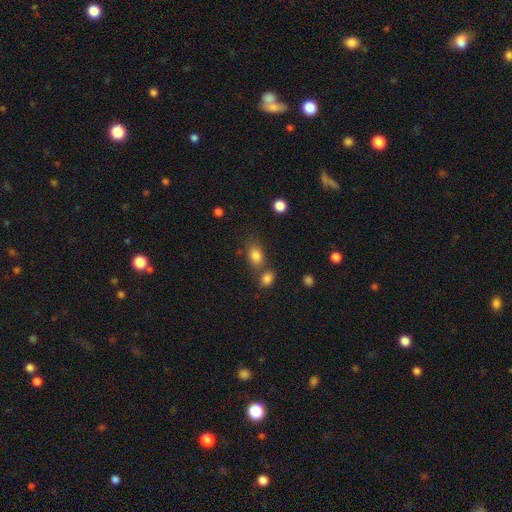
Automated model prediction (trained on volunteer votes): Smooth or featured?
  - smooth: 83% *
  - star or artifact: 10%
  - featured or disk: 7%
How rounded?
  - in between: 75% *
  - round: 23%
  - cigar-shaped: 2%
Merging?
  - none: 56% *
  - merger: 25%
  - minor disturbance: 13%
  - major disturbance: 5%